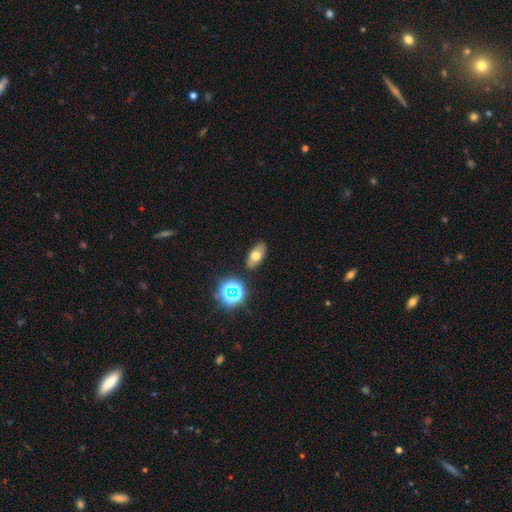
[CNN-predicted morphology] smooth_or_featured: smooth (p=0.62) [alt: featured or disk p=0.23]
how_rounded: in between (p=0.86) [alt: round p=0.08]
merging: none (p=0.85) [alt: minor disturbance p=0.10]